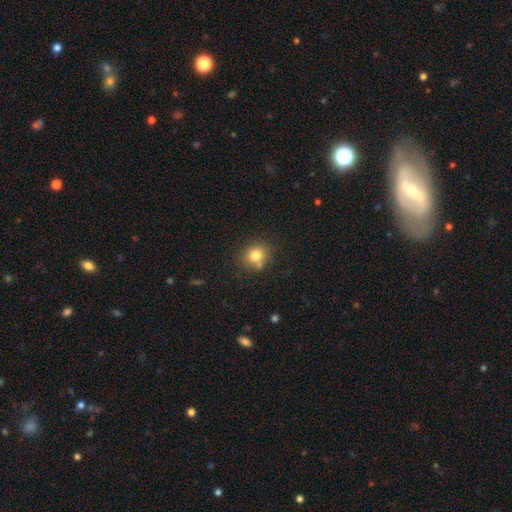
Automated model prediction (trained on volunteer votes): This appears to be a smooth galaxy with no disk features (79%) that is round (78%). Merging: none (72%).